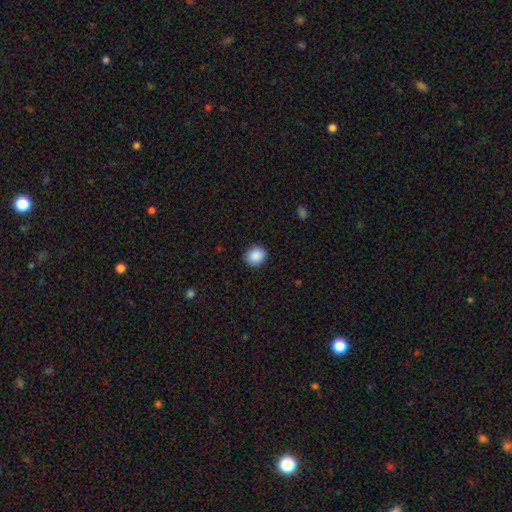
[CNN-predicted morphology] Smooth or featured?
  - smooth: 89% *
  - star or artifact: 8%
  - featured or disk: 3%
How rounded?
  - round: 73% *
  - in between: 26%
  - cigar-shaped: 1%
Merging?
  - none: 90% *
  - minor disturbance: 7%
  - major disturbance: 2%
  - merger: 1%